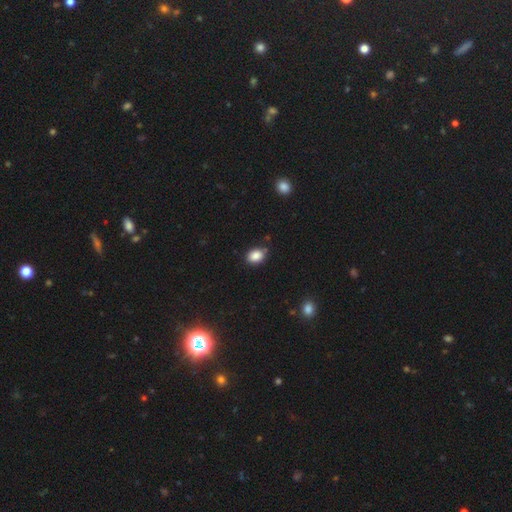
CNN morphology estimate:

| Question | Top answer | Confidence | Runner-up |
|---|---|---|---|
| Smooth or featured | smooth | 87% | star or artifact (9%) |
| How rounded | in between | 70% | round (29%) |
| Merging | none | 78% | minor disturbance (15%) |